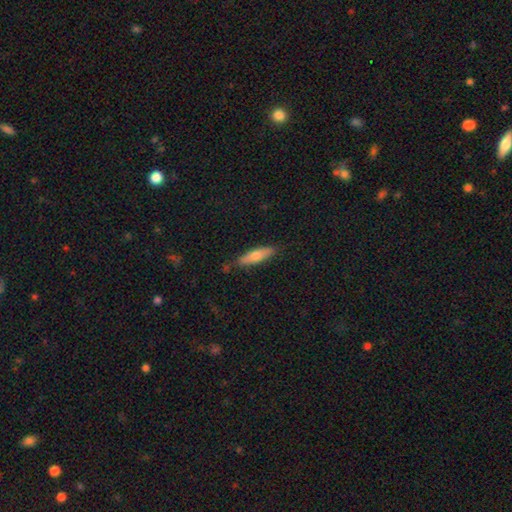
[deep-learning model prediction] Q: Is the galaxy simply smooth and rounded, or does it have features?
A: smooth — 65%.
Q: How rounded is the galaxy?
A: cigar-shaped — 69%.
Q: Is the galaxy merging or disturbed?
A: none — 81%.